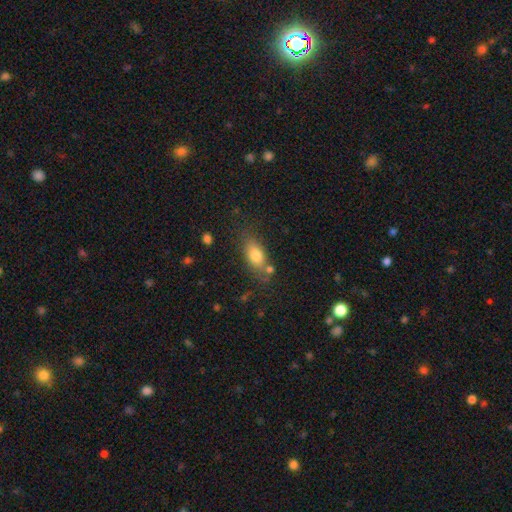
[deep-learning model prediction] Smooth or featured? Predicted: smooth (p=0.76). How rounded? Predicted: in between (p=0.82). Merging? Predicted: none (p=0.64).